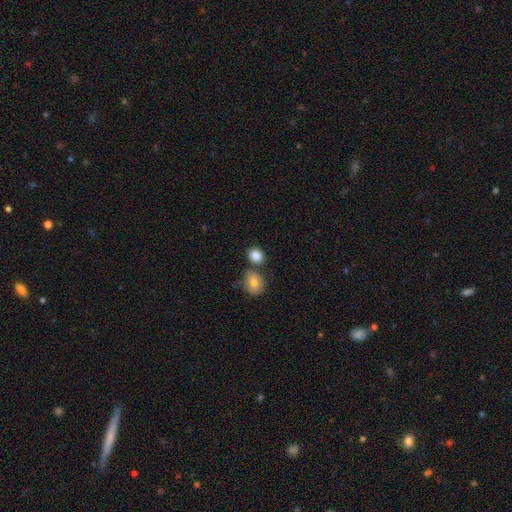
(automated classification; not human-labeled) smooth-or-featured: smooth: 85% | star or artifact: 9% | featured or disk: 6%
  how-rounded: round: 68% | in between: 31% | cigar-shaped: 1%
  merging: none: 64% | merger: 22% | minor disturbance: 11% | major disturbance: 3%